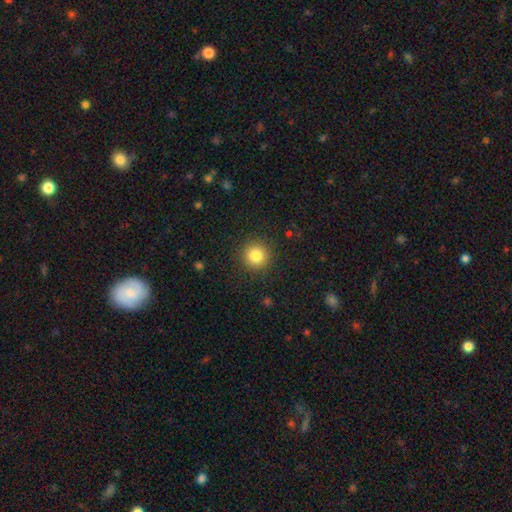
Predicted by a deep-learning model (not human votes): Morphology: type=smooth (84%); roundness=round (95%); merging=none (91%).